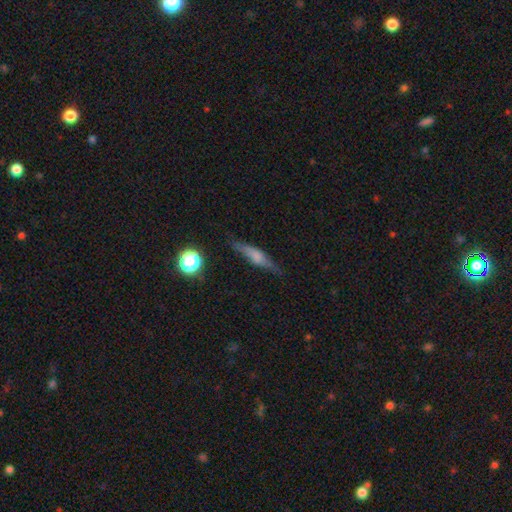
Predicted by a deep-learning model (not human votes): smooth-or-featured: featured or disk: 49% | smooth: 42% | star or artifact: 9%
  merging: none: 79% | minor disturbance: 15% | major disturbance: 4% | merger: 2%